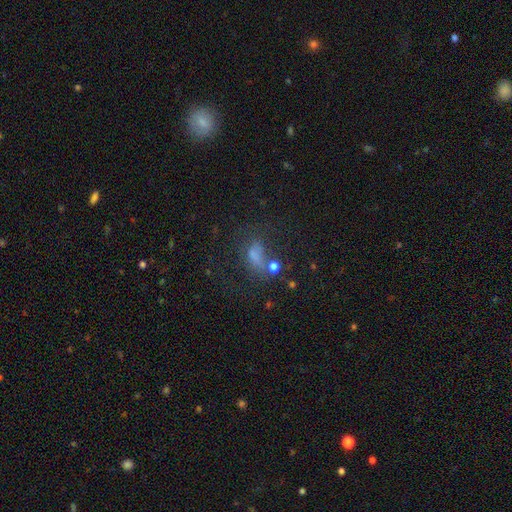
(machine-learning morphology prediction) Smooth or featured: smooth — 54% (star or artifact — 26%)
How rounded: in between — 71% (round — 21%)
Merging: none — 38% (major disturbance — 28%)